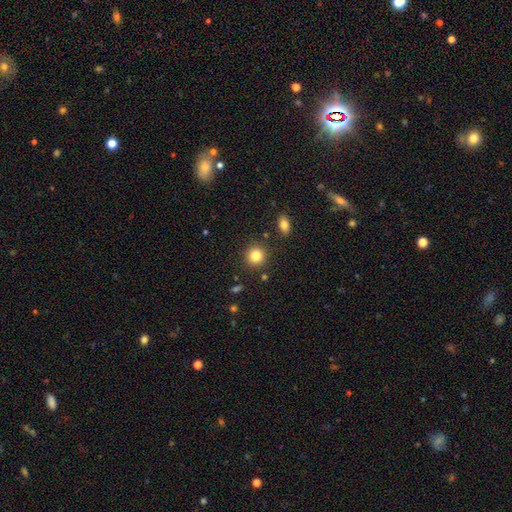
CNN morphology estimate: Smooth or featured? Predicted: smooth (p=0.83). How rounded? Predicted: round (p=0.91). Merging? Predicted: none (p=0.87).